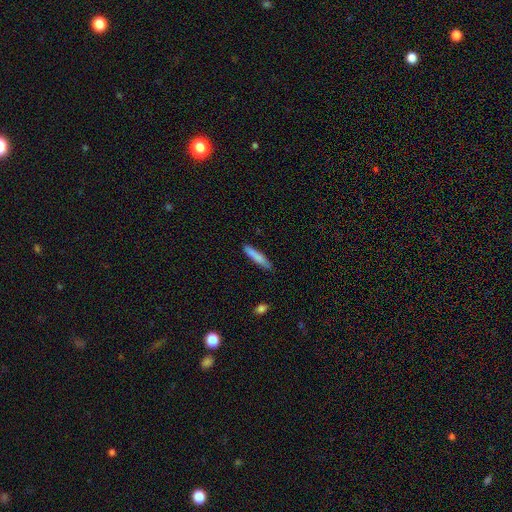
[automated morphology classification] Smooth or featured: smooth — 82% (featured or disk — 12%)
How rounded: cigar-shaped — 90% (in between — 9%)
Merging: none — 85% (minor disturbance — 11%)